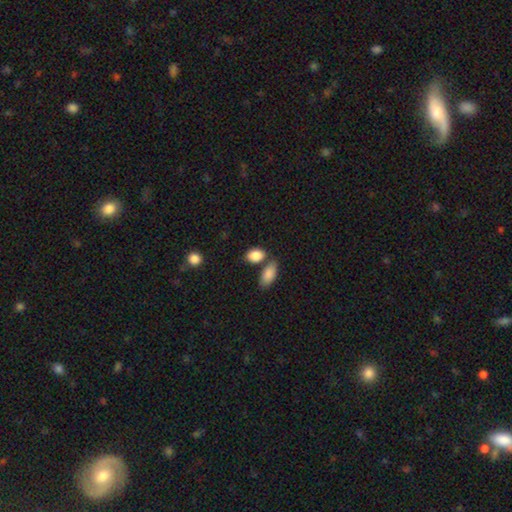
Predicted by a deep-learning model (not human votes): smooth-or-featured: smooth: 87% | star or artifact: 7% | featured or disk: 6%
  how-rounded: in between: 83% | round: 15% | cigar-shaped: 2%
  merging: none: 58% | merger: 24% | minor disturbance: 14% | major disturbance: 4%